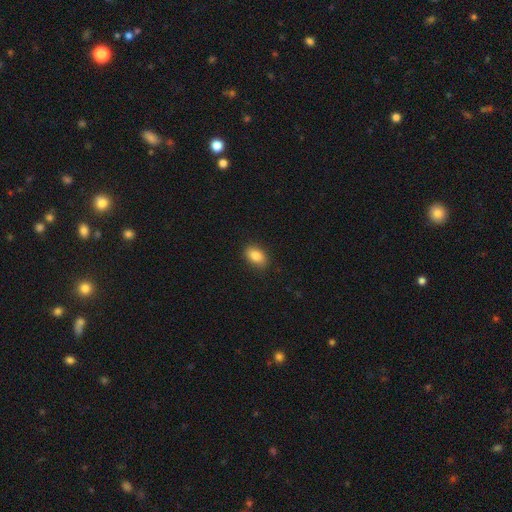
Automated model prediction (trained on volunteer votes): smooth 85%, star or artifact 8%, featured or disk 7%. Down the decision tree: how rounded — in between (86%); merging — none (88%).